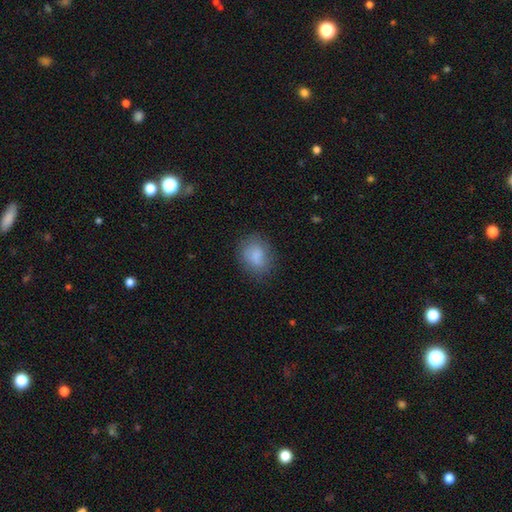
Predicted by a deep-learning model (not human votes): Smooth or featured? Predicted: smooth (p=0.81). How rounded? Predicted: round (p=0.52). Merging? Predicted: none (p=0.74).